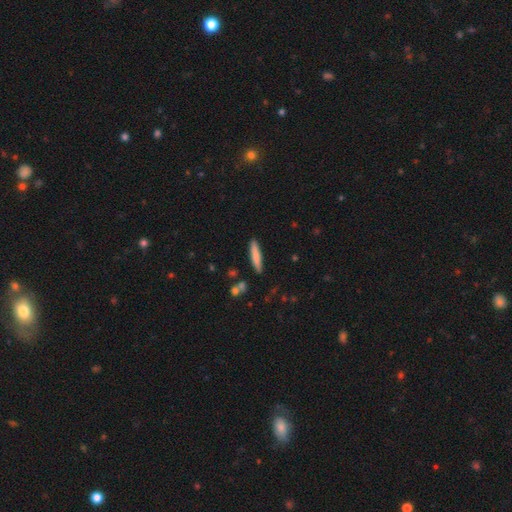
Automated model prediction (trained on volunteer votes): Smooth or featured? smooth (78%)
How rounded? cigar-shaped (88%)
Merging? none (87%)